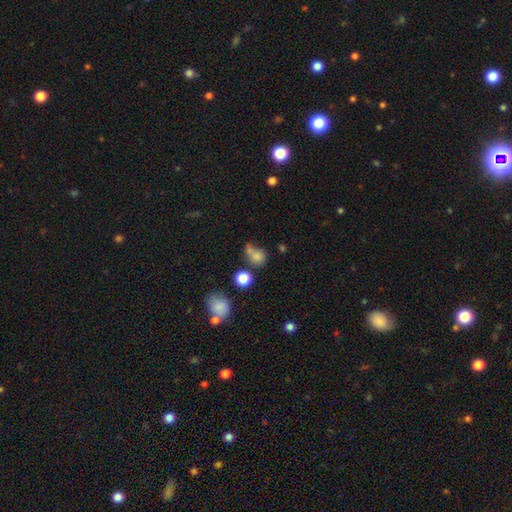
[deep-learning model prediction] smooth-or-featured: smooth: 77% | star or artifact: 14% | featured or disk: 9%
  how-rounded: round: 75% | in between: 24% | cigar-shaped: 1%
  merging: none: 47% | merger: 31% | minor disturbance: 14% | major disturbance: 8%